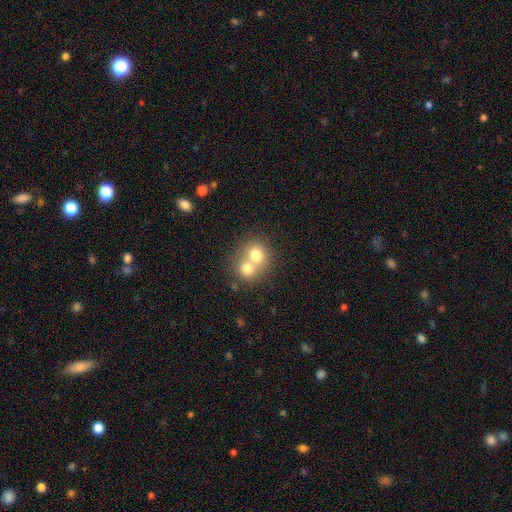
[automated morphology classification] smooth 72%, featured or disk 18%, star or artifact 10%. Down the decision tree: how rounded — round (76%); merging — merger (67%).